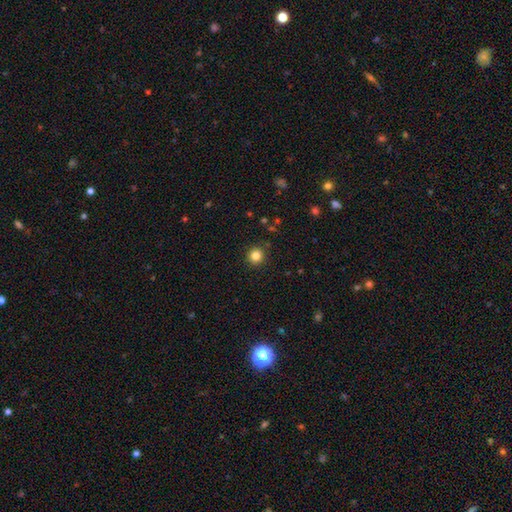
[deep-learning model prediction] Smooth or featured? smooth (83%)
How rounded? round (94%)
Merging? none (92%)